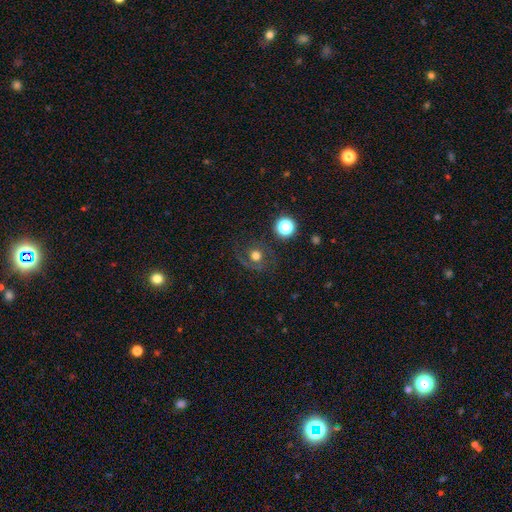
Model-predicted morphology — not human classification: Smooth or featured: smooth — 53% (featured or disk — 29%)
How rounded: round — 82% (in between — 17%)
Merging: none — 68% (minor disturbance — 15%)